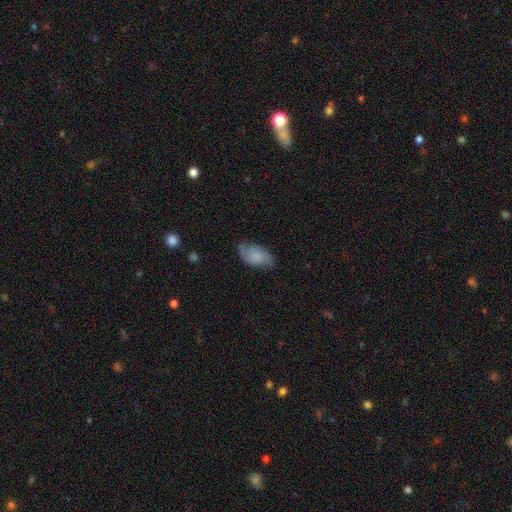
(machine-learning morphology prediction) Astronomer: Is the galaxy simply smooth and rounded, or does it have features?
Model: smooth — 57% (runner-up: featured or disk, 35%).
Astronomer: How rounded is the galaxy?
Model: in between — 93%.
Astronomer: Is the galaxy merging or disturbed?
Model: none — 65%.